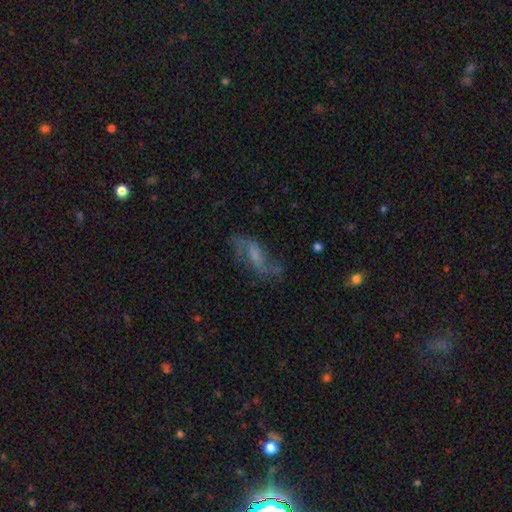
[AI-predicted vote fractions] Q: Smooth or featured?
A: featured or disk (70%); runner-up: smooth (20%)
Q: Edge-on disk?
A: no (91%); runner-up: yes (9%)
Q: Bar?
A: weak (46%); runner-up: no (31%)
Q: Spiral arms?
A: yes (88%); runner-up: no (12%)
Q: Spiral winding?
A: loose (73%); runner-up: medium (21%)
Q: Spiral arm count?
A: 2 (87%); runner-up: can't tell (6%)
Q: Bulge size?
A: none (36%); runner-up: small (30%)
Q: Merging?
A: none (61%); runner-up: minor disturbance (19%)